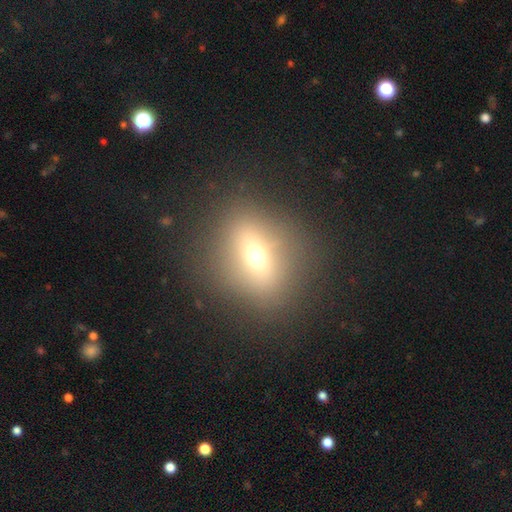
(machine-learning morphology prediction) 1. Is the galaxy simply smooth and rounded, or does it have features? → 48% smooth, 35% featured or disk, 17% star or artifact.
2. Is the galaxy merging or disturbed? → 84% none, 9% minor disturbance, 5% major disturbance, 2% merger.